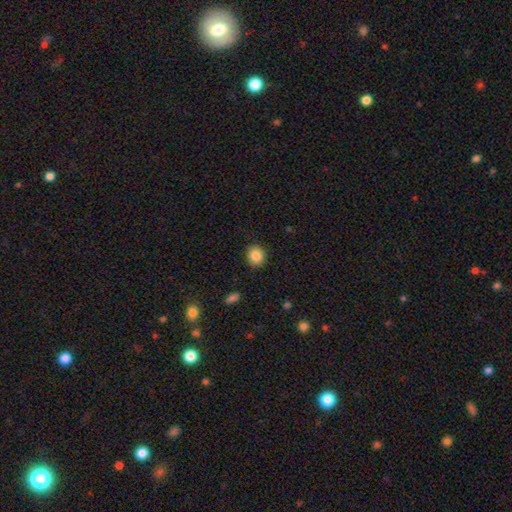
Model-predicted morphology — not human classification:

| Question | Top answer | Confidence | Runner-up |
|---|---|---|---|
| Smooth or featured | smooth | 86% | star or artifact (9%) |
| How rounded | round | 81% | in between (19%) |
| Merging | none | 89% | minor disturbance (7%) |